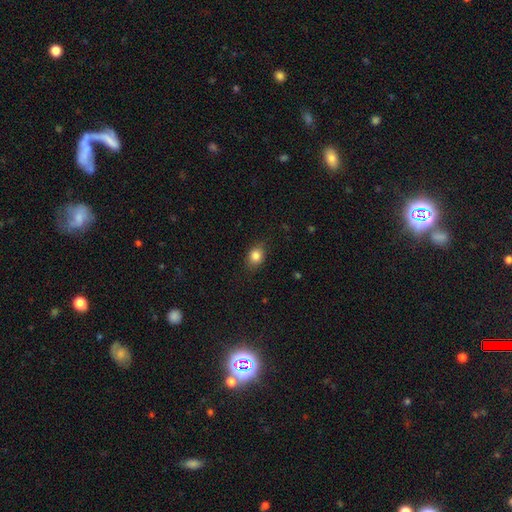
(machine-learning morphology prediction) This appears to be a smooth galaxy with no disk features (84%) that is in between round and cigar-shaped (52%). Merging: none (82%).